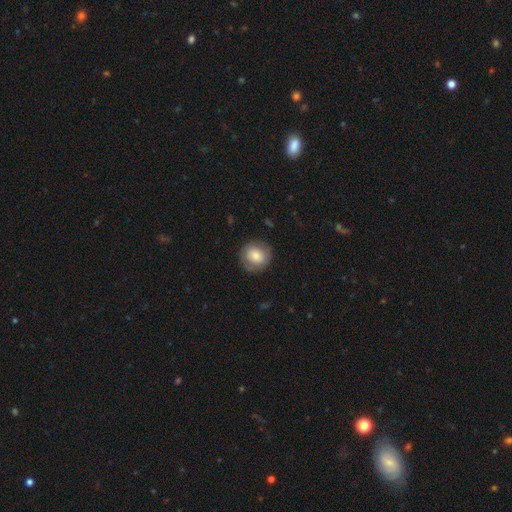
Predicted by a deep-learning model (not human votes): Smooth or featured? Predicted: smooth (p=0.74). How rounded? Predicted: round (p=0.87). Merging? Predicted: none (p=0.83).